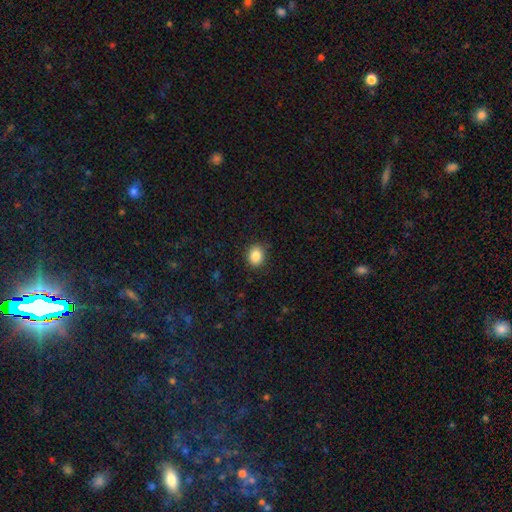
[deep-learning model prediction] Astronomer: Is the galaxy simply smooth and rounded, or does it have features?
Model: smooth — 86%.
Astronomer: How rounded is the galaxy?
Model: round — 60% (runner-up: in between, 39%).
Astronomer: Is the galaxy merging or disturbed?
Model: none — 88%.